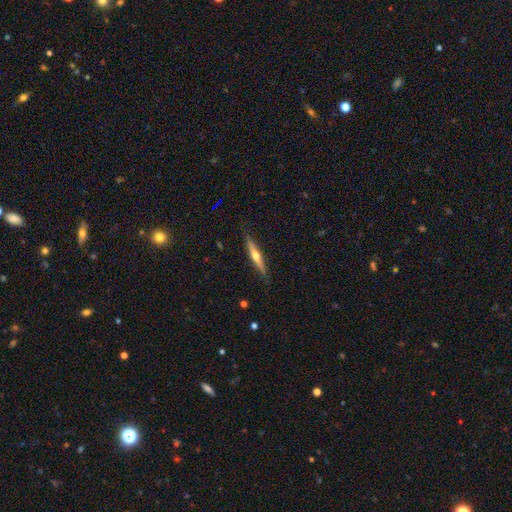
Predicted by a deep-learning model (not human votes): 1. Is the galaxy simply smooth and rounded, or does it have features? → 66% featured or disk, 28% smooth, 6% star or artifact.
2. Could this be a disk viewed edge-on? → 97% yes, 3% no.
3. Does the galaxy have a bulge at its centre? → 90% rounded, 7% none, 3% boxy.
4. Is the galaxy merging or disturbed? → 87% none, 10% minor disturbance, 2% major disturbance, 1% merger.